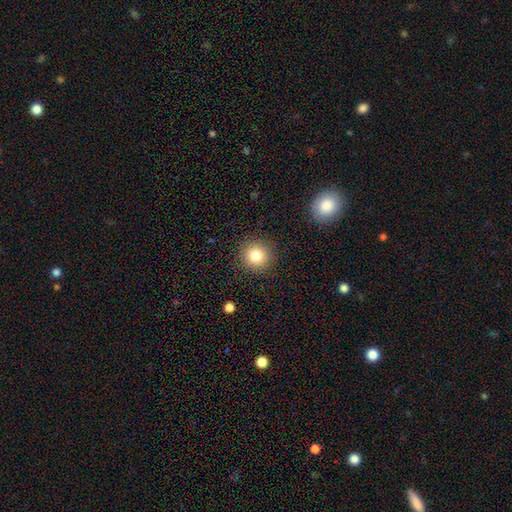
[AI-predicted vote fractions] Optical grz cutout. It shows a smooth galaxy with no disk features (81%) that is round (94%). Merging: none (90%).